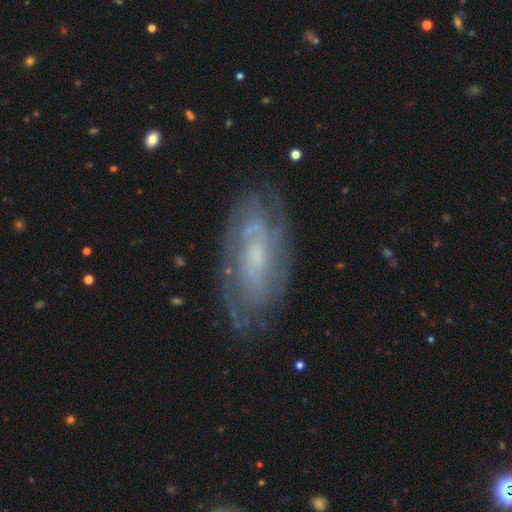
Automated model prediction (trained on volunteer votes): Q: Smooth or featured?
A: featured or disk (78%); runner-up: smooth (15%)
Q: Edge-on disk?
A: no (91%); runner-up: yes (9%)
Q: Bar?
A: no (59%); runner-up: weak (32%)
Q: Spiral arms?
A: yes (87%); runner-up: no (13%)
Q: Spiral winding?
A: tight (61%); runner-up: medium (30%)
Q: Spiral arm count?
A: can't tell (48%); runner-up: 2 (27%)
Q: Bulge size?
A: small (52%); runner-up: moderate (28%)
Q: Merging?
A: none (76%); runner-up: minor disturbance (16%)